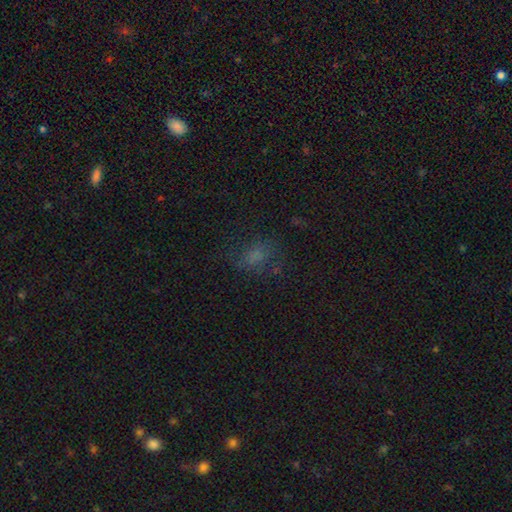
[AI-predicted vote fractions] Smooth or featured: smooth — 58% (star or artifact — 23%)
How rounded: in between — 70% (round — 28%)
Merging: none — 56% (minor disturbance — 22%)